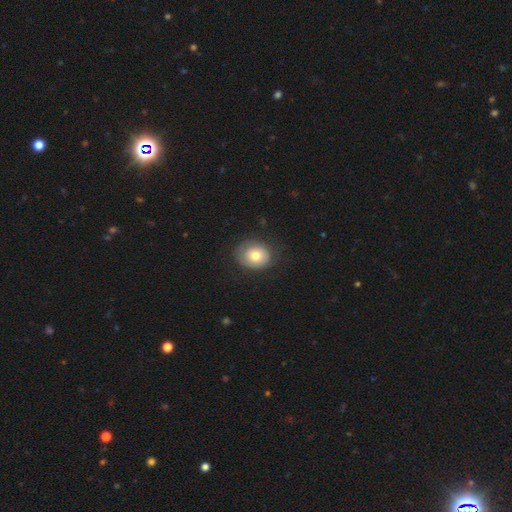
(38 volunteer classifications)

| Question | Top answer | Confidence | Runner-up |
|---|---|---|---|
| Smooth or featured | smooth | 79% | featured or disk (13%) |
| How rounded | in between | 60% | round (40%) |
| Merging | none | 77% | minor disturbance (11%) |